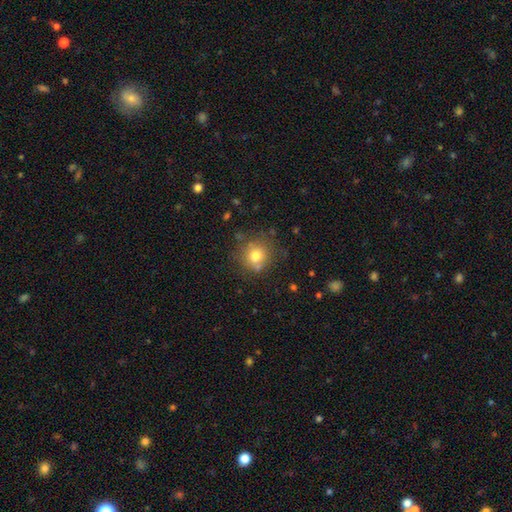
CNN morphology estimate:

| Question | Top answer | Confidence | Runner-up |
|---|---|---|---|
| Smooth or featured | smooth | 75% | star or artifact (13%) |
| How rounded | round | 86% | in between (13%) |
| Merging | none | 72% | minor disturbance (14%) |